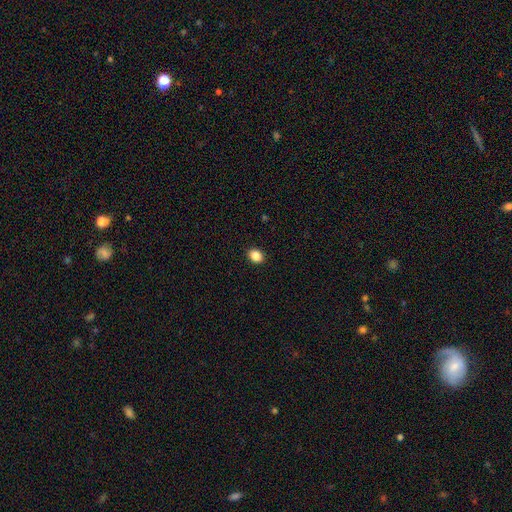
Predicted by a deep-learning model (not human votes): smooth_or_featured: smooth (p=0.87) [alt: star or artifact p=0.09]
how_rounded: in between (p=0.56) [alt: round p=0.43]
merging: none (p=0.92) [alt: minor disturbance p=0.06]